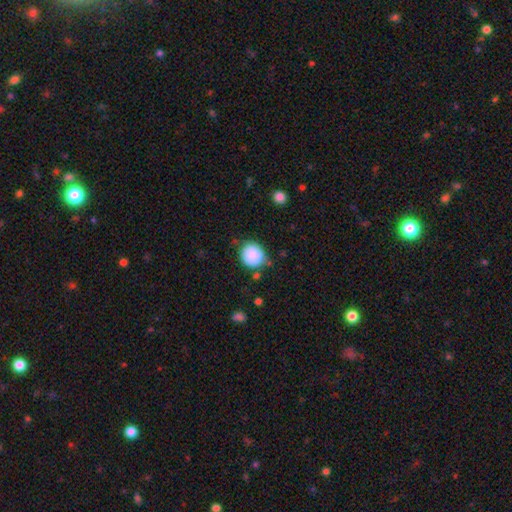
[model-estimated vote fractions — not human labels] smooth-or-featured: smooth: 87% | star or artifact: 8% | featured or disk: 5%
  how-rounded: round: 87% | in between: 13% | cigar-shaped: 1%
  merging: none: 71% | minor disturbance: 19% | major disturbance: 5% | merger: 4%